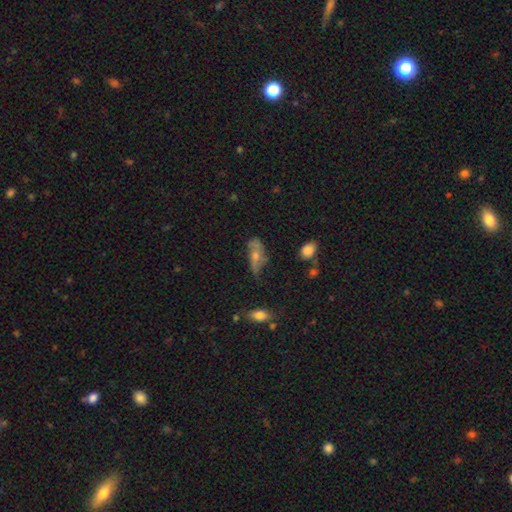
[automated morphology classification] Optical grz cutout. It shows a featured or disk galaxy (55%). Merging: none (53%).